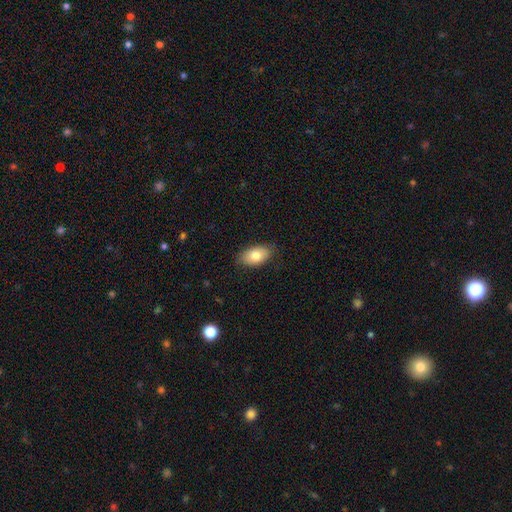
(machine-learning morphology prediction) The model was most divided on "smooth or featured": smooth: 79%, featured or disk: 14%, star or artifact: 7%. More confident: how rounded — in between (93%); merging — none (84%).